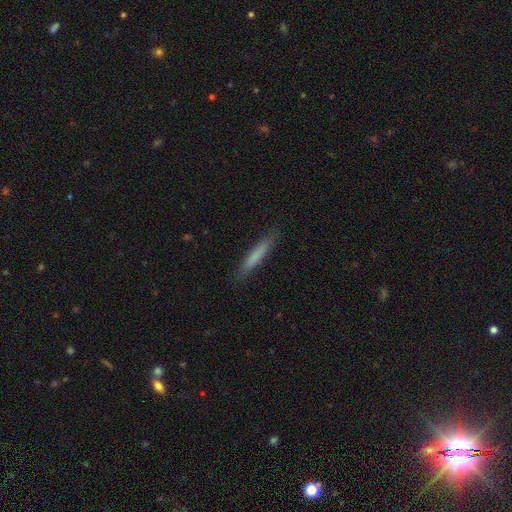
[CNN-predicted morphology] The model was most divided on "smooth or featured": smooth: 74%, featured or disk: 20%, star or artifact: 6%. More confident: how rounded — cigar-shaped (93%); merging — none (88%).